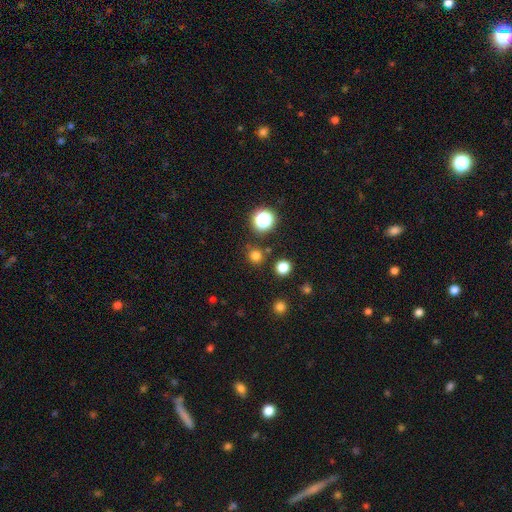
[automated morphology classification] A smooth galaxy with no disk features (75%) that is round (91%). Merging: none (83%).